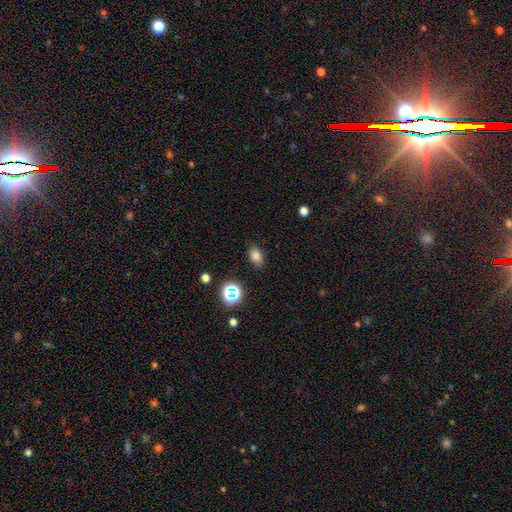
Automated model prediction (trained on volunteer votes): smooth 79%, star or artifact 15%, featured or disk 6%. Down the decision tree: how rounded — in between (83%); merging — none (86%).